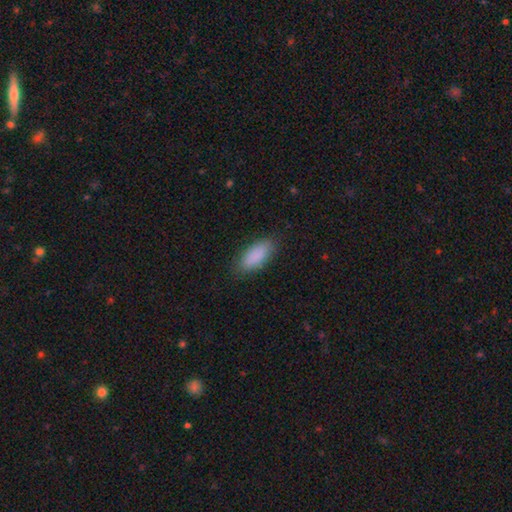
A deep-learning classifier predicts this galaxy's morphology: The model was most divided on "how rounded": in between: 83%, cigar-shaped: 15%, round: 2%. More confident: smooth or featured — smooth (89%); merging — none (84%).